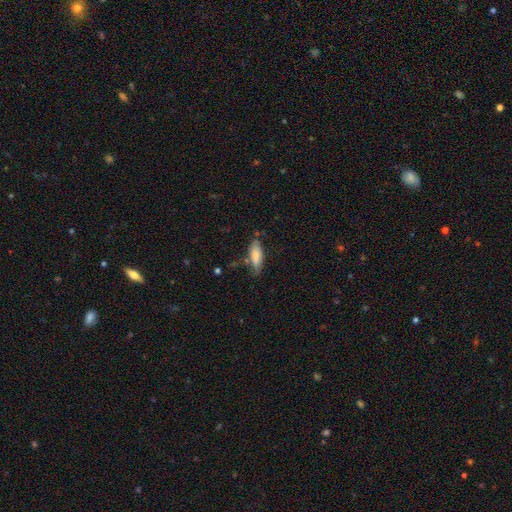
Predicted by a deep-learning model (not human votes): Overall: smooth (76%). How rounded: in between (63%; cigar-shaped 35%). Merging: none (61%; minor disturbance 26%).